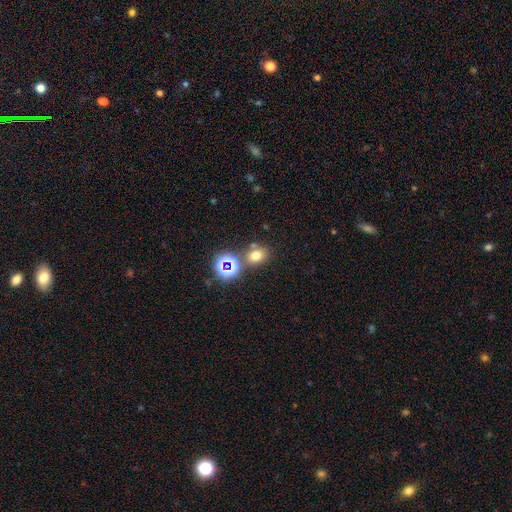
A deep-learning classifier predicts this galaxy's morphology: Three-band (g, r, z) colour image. It shows a smooth galaxy with no disk features (66%) that is round (54%). Merging: none (70%).